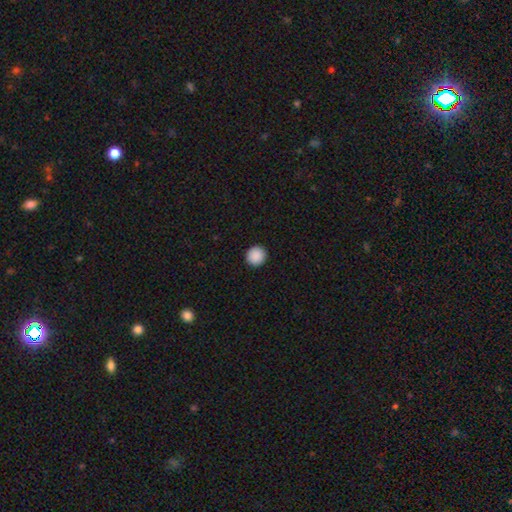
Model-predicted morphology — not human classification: smooth-or-featured: smooth: 90% | star or artifact: 8% | featured or disk: 2%
  how-rounded: round: 95% | in between: 4% | cigar-shaped: 1%
  merging: none: 93% | minor disturbance: 4% | major disturbance: 1% | merger: 1%